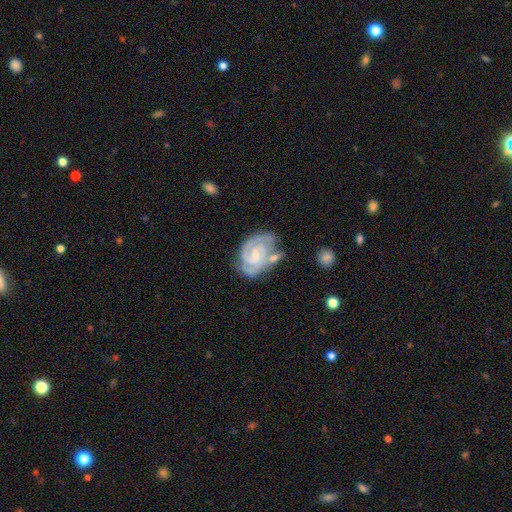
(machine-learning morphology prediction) smooth_or_featured: featured or disk (p=0.88) [alt: smooth p=0.07]
disk_edge_on: no (p=0.97) [alt: yes p=0.03]
bar: no (p=0.47) [alt: weak p=0.43]
has_spiral_arms: yes (p=0.98) [alt: no p=0.02]
spiral_winding: tight (p=0.64) [alt: medium p=0.31]
spiral_arm_count: 2 (p=0.64) [alt: 3 p=0.19]
bulge_size: small (p=0.62) [alt: moderate p=0.29]
merging: none (p=0.57) [alt: minor disturbance p=0.21]